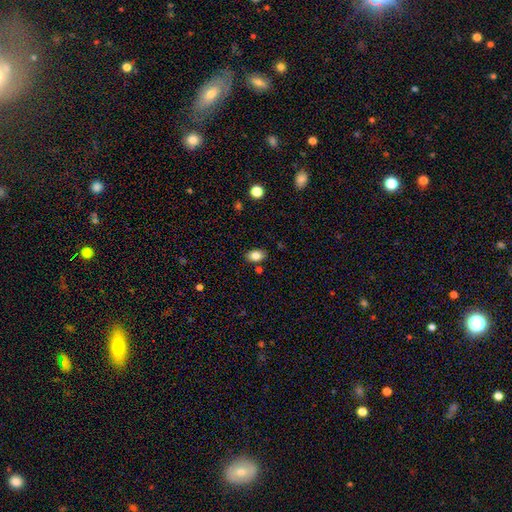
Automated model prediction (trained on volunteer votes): Smooth or featured? smooth (83%)
How rounded? in between (84%)
Merging? none (83%)